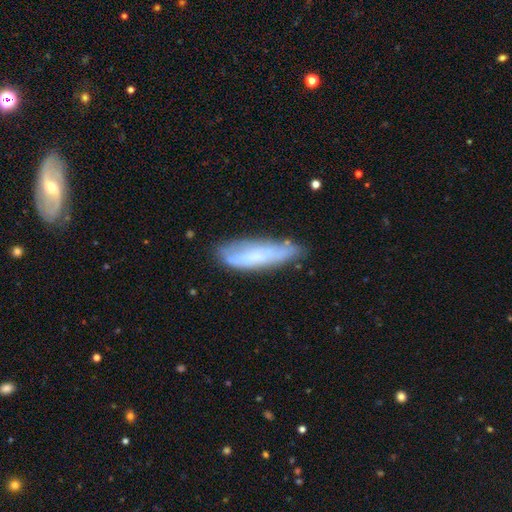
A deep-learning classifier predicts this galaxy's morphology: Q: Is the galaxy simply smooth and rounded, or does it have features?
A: smooth — 54%.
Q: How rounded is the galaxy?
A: cigar-shaped — 63%.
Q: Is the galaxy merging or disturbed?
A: none — 65%.